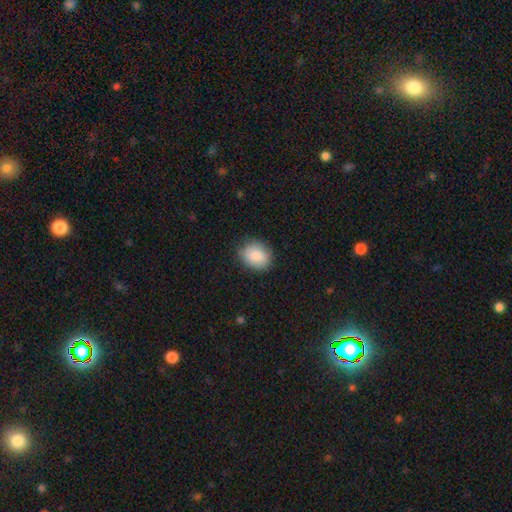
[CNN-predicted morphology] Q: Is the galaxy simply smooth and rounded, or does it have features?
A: smooth — 87%.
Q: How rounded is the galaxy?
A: round — 55%.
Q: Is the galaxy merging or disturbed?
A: none — 82%.